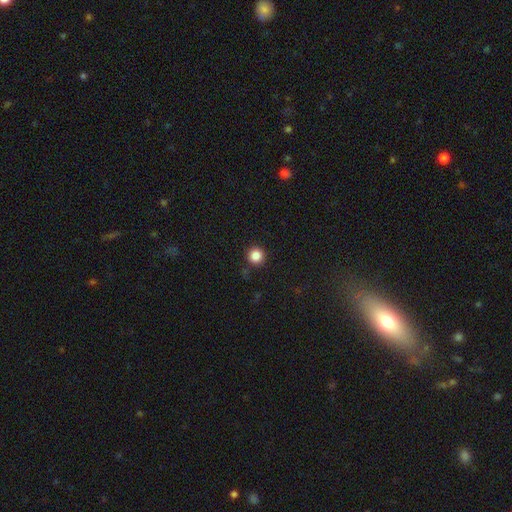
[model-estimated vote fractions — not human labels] Overall: smooth (85%). How rounded: round (95%). Merging: none (91%).